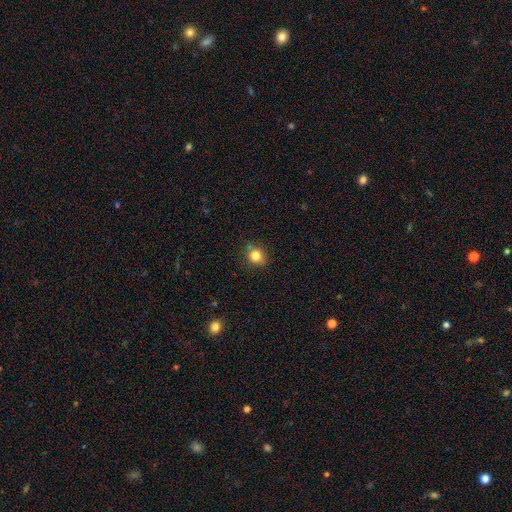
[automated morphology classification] Overall: smooth (83%). How rounded: round (75%). Merging: none (77%).